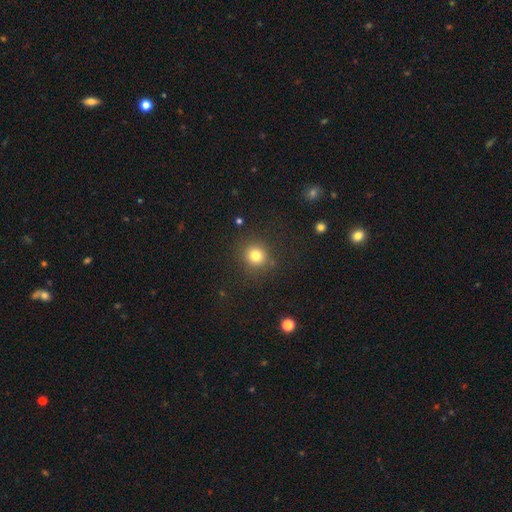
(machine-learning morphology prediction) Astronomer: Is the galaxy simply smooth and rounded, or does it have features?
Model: smooth — 80%.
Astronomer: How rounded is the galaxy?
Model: round — 90%.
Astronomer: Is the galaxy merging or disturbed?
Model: none — 87%.